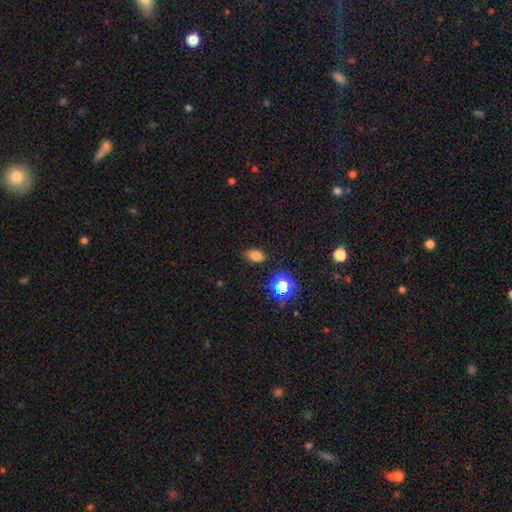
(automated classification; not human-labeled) Smooth or featured? Predicted: smooth (p=0.76). How rounded? Predicted: in between (p=0.86). Merging? Predicted: none (p=0.86).